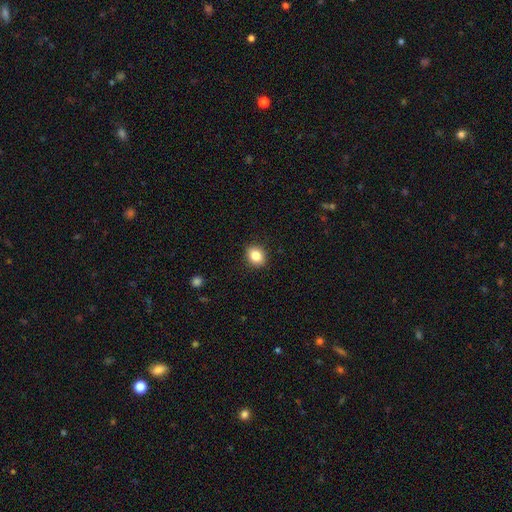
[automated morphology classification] Smooth or featured: smooth — 84% (star or artifact — 9%)
How rounded: round — 54% (in between — 45%)
Merging: none — 89% (minor disturbance — 8%)